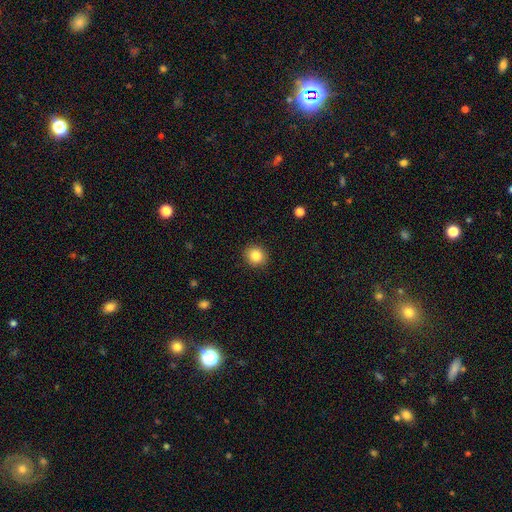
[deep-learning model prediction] Smooth or featured? Predicted: smooth (p=0.84). How rounded? Predicted: round (p=0.87). Merging? Predicted: none (p=0.91).